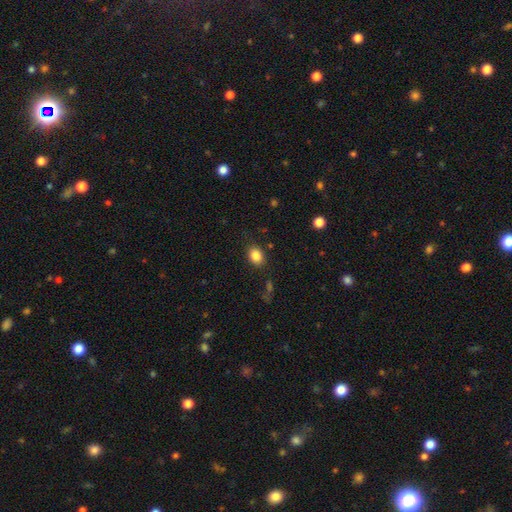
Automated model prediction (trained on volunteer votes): A smooth galaxy with no disk features (85%) that is in between round and cigar-shaped (64%). Merging: none (84%).